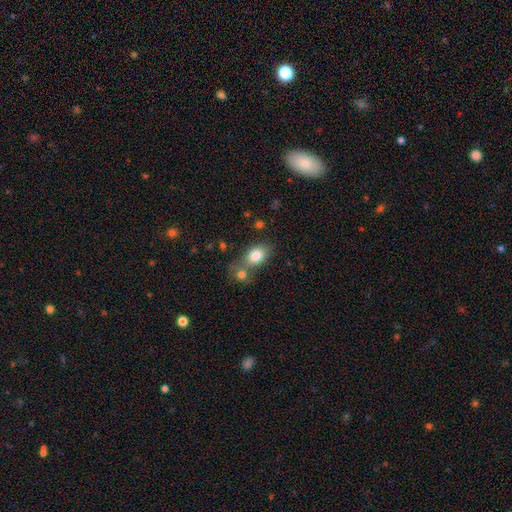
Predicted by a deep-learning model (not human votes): Overall: smooth (82%). How rounded: in between (78%). Merging: none (47%; merger 36%).